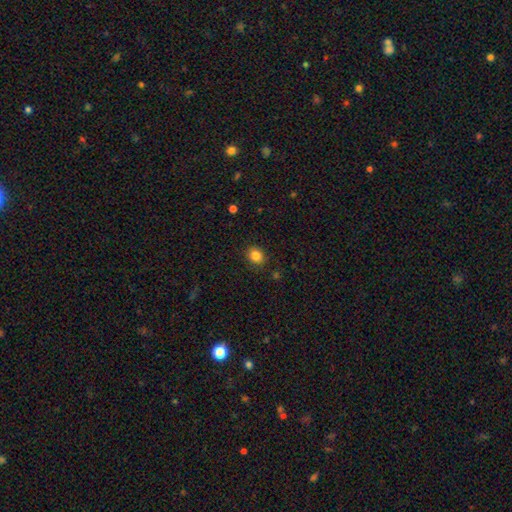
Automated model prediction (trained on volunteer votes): A smooth galaxy with no disk features (84%) that is round (66%).

Vote fractions:
- Smooth or featured? smooth: 84% / star or artifact: 11% / featured or disk: 5%
- How rounded? round: 66% / in between: 33% / cigar-shaped: 1%
- Merging? none: 88% / minor disturbance: 8% / major disturbance: 2% / merger: 1%